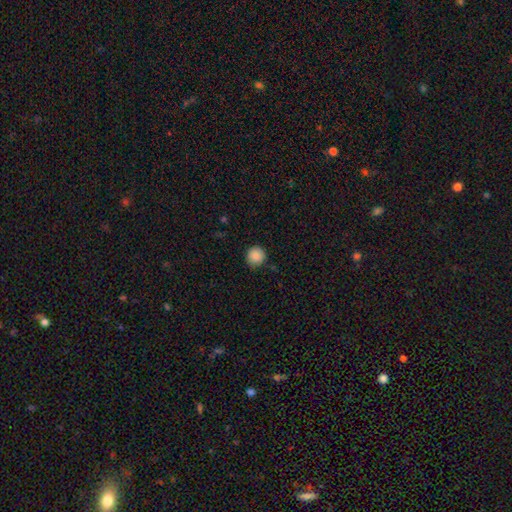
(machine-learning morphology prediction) Smooth or featured? Predicted: smooth (p=0.88). How rounded? Predicted: round (p=0.93). Merging? Predicted: none (p=0.87).